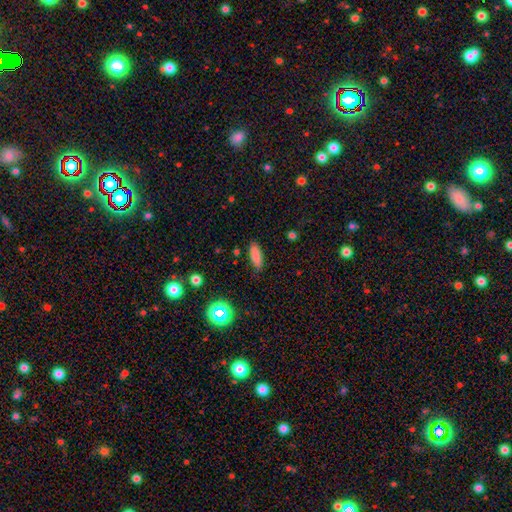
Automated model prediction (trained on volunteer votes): smooth-or-featured: smooth: 83% | star or artifact: 11% | featured or disk: 7%
  how-rounded: in between: 66% | cigar-shaped: 32% | round: 2%
  merging: none: 86% | minor disturbance: 10% | major disturbance: 2% | merger: 1%